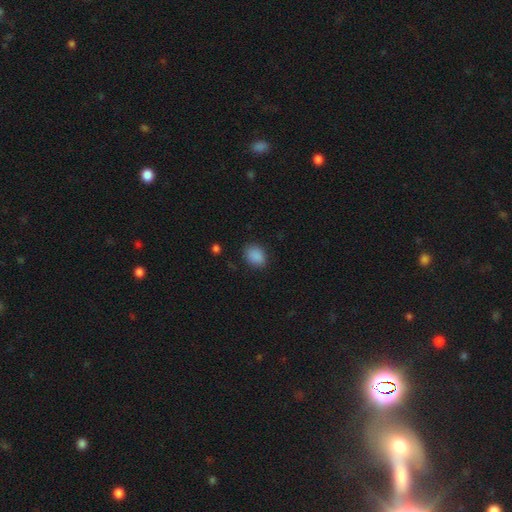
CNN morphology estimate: This appears to be a smooth galaxy with no disk features (88%) that is in between round and cigar-shaped (62%). Merging: none (84%).